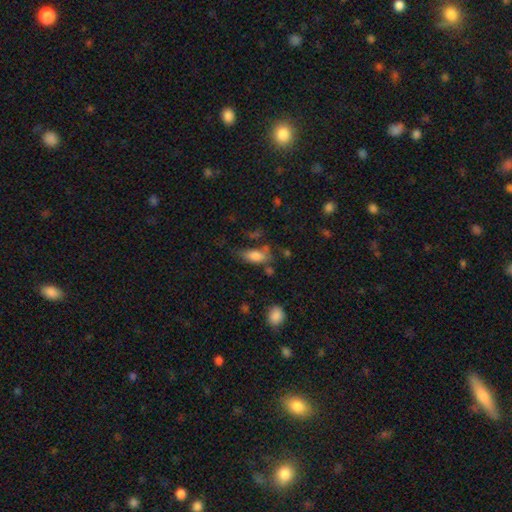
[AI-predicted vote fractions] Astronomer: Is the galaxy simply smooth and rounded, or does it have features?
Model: smooth — 78%.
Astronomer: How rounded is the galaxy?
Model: in between — 82%.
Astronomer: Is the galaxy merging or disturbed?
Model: none — 46% (runner-up: minor disturbance, 27%).